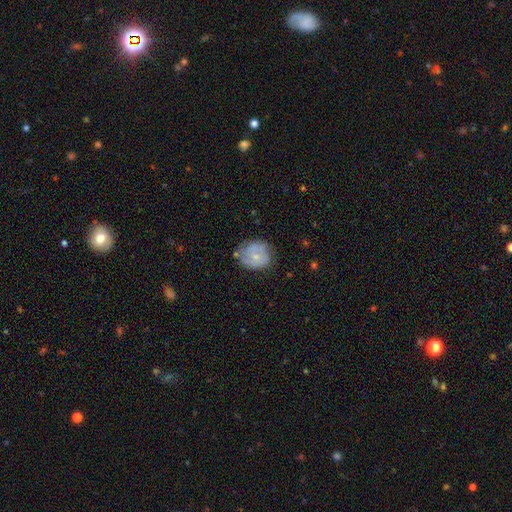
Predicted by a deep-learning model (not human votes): Overall: smooth (49%; featured or disk 44%). Merging: none (64%; minor disturbance 25%).